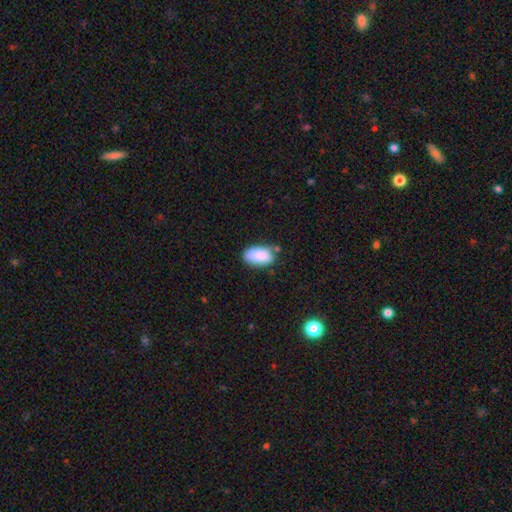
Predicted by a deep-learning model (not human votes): The model was most divided on "merging": none: 67%, minor disturbance: 23%, merger: 6%, major disturbance: 5%. More confident: how rounded — in between (94%); smooth or featured — smooth (87%).